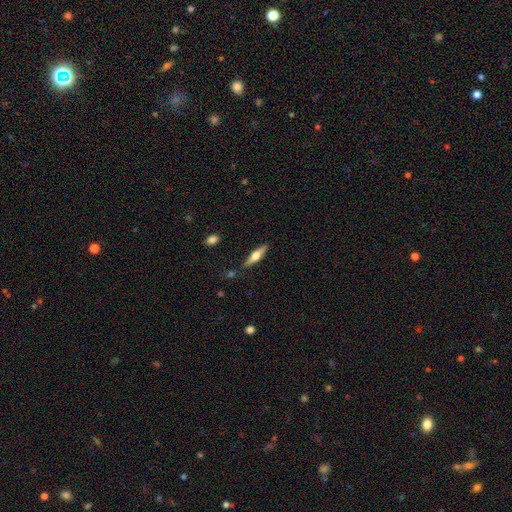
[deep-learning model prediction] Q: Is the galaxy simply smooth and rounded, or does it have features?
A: featured or disk — 56%.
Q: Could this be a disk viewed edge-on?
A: yes — 95%.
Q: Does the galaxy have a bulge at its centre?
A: rounded — 91%.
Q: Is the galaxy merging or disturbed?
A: none — 84%.